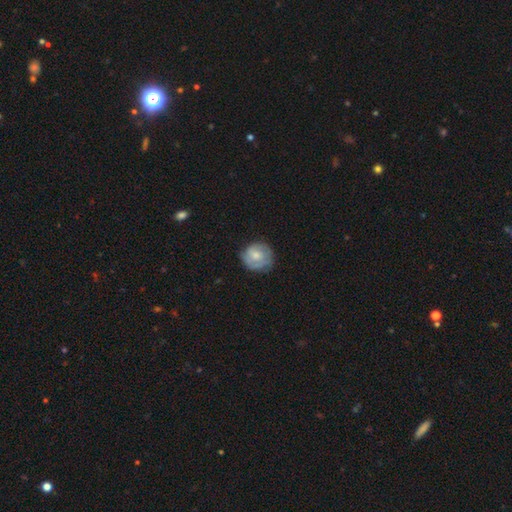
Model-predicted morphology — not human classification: type=smooth (60%); roundness=round (86%); merging=none (70%).